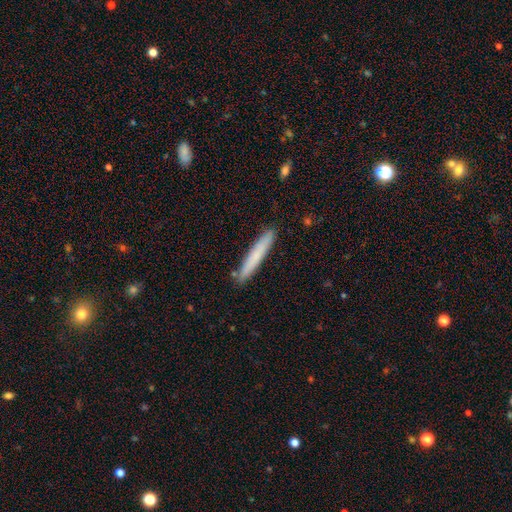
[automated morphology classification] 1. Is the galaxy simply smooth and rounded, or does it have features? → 72% smooth, 22% featured or disk, 6% star or artifact.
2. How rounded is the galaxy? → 95% cigar-shaped, 4% in between, 1% round.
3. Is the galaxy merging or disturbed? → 89% none, 8% minor disturbance, 2% merger, 1% major disturbance.